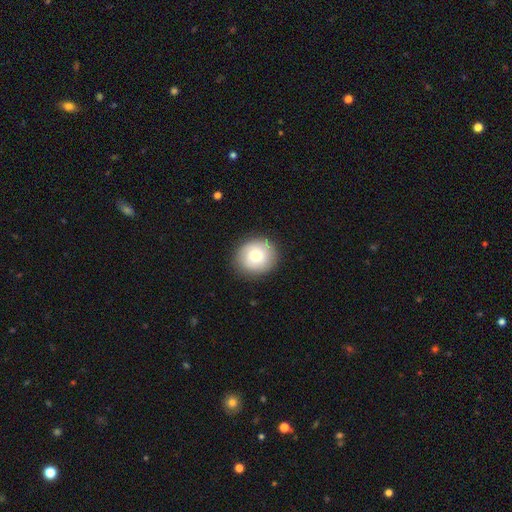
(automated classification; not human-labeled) Morphology: type=smooth (75%); roundness=round (85%); merging=none (87%).